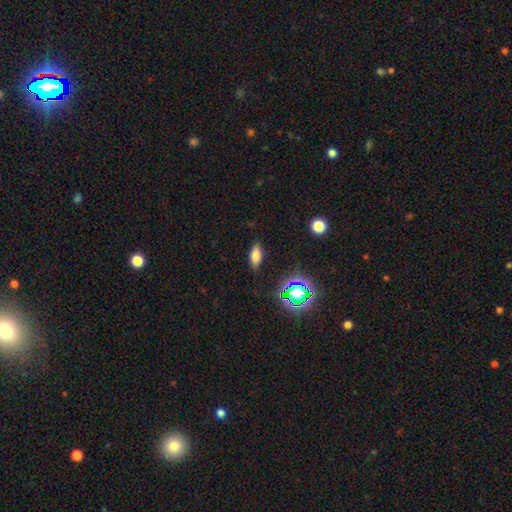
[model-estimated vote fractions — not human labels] A smooth galaxy with no disk features (70%) that is in between round and cigar-shaped (77%). Merging: none (84%).